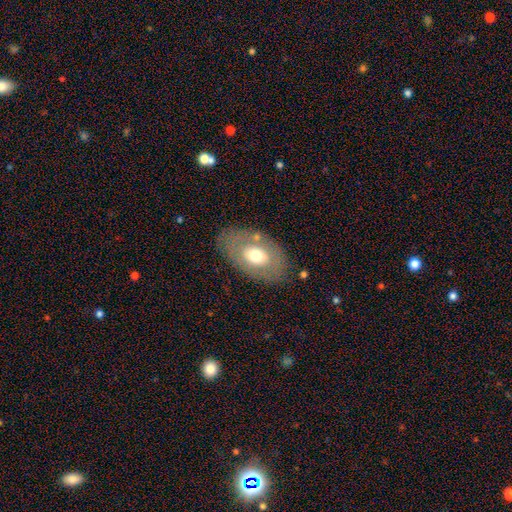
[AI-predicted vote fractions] Smooth or featured? Predicted: smooth (p=0.54). How rounded? Predicted: in between (p=0.86). Merging? Predicted: none (p=0.78).